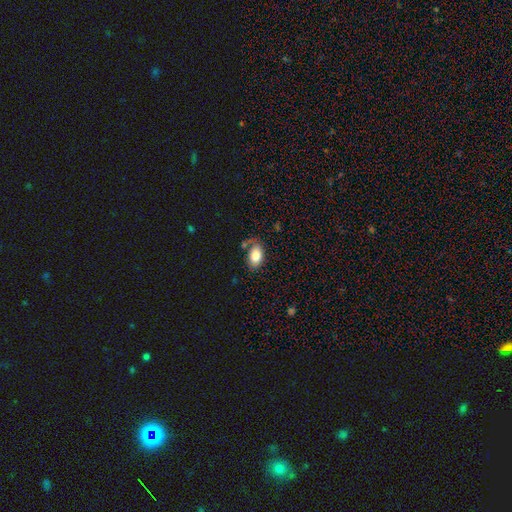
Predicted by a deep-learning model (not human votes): smooth_or_featured: smooth (p=0.81) [alt: featured or disk p=0.12]
how_rounded: in between (p=0.91) [alt: round p=0.08]
merging: none (p=0.64) [alt: minor disturbance p=0.20]